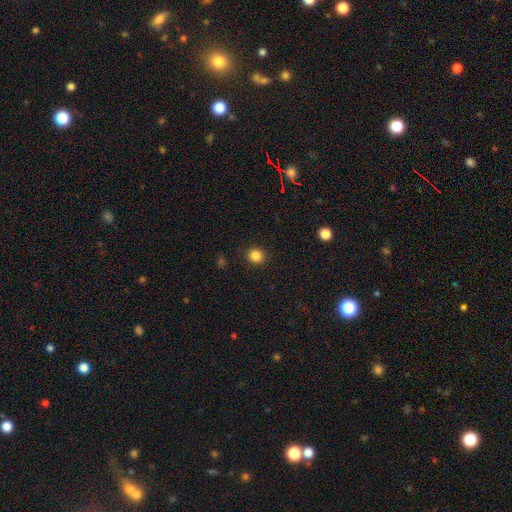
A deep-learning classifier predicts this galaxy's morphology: Smooth or featured: smooth — 85% (star or artifact — 12%)
How rounded: round — 91% (in between — 8%)
Merging: none — 92% (minor disturbance — 5%)